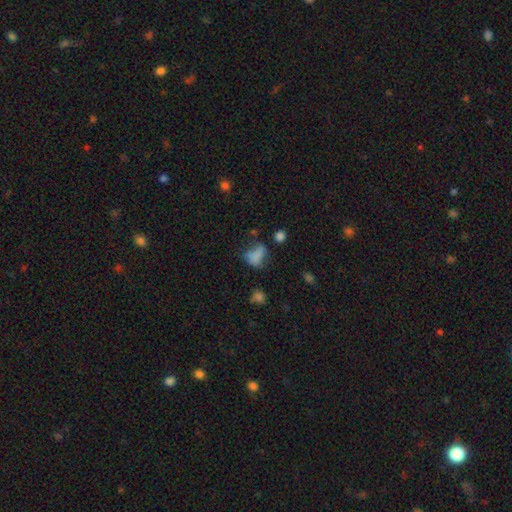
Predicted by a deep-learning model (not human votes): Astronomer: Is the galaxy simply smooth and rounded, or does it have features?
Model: smooth — 68%.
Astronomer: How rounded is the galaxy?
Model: in between — 75%.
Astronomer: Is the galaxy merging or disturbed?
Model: none — 36% (runner-up: major disturbance, 28%).